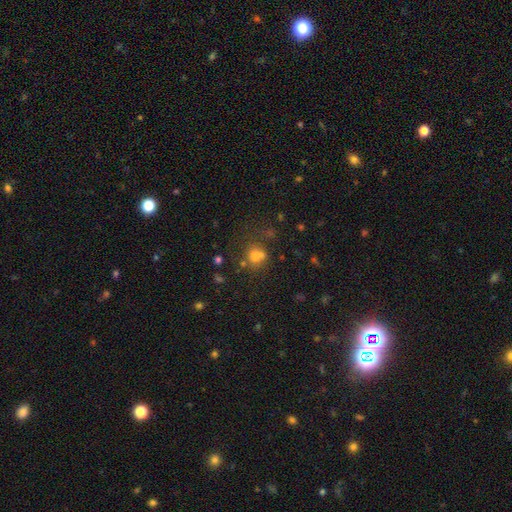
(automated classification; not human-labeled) A smooth galaxy with no disk features (66%) that is round (78%). Merging: none (45%).